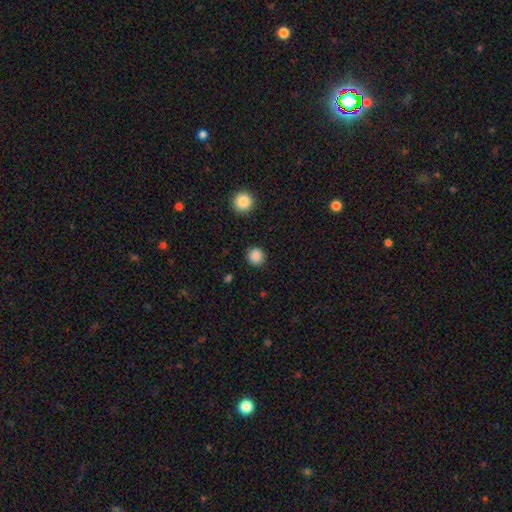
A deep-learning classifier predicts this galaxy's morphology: The model was most divided on "smooth or featured": smooth: 87%, star or artifact: 10%, featured or disk: 3%. More confident: how rounded — round (92%); merging — none (90%).